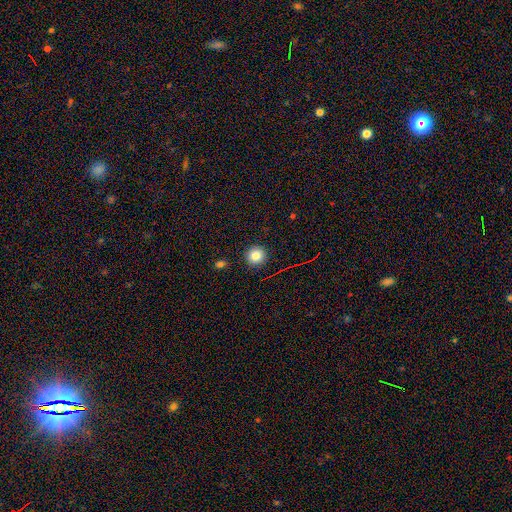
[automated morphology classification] This is clearly a smooth galaxy (82%). How rounded: clearly round (94%). Merging: clearly none (91%).